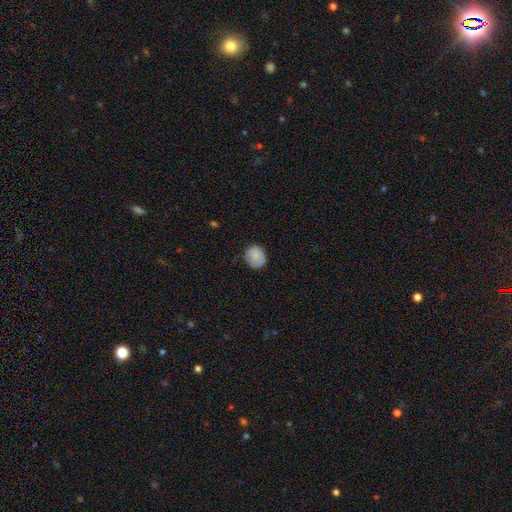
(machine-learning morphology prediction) smooth-or-featured: smooth: 80% | featured or disk: 12% | star or artifact: 7%
  how-rounded: round: 80% | in between: 19% | cigar-shaped: 1%
  merging: none: 76% | minor disturbance: 19% | major disturbance: 4% | merger: 1%